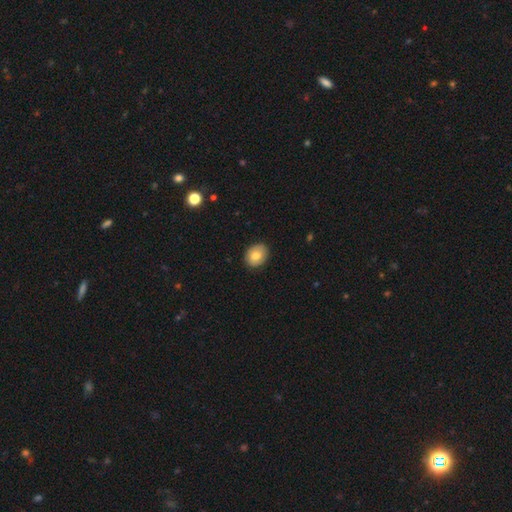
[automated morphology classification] A smooth galaxy with no disk features (75%) that is round (52%). Merging: none (86%).